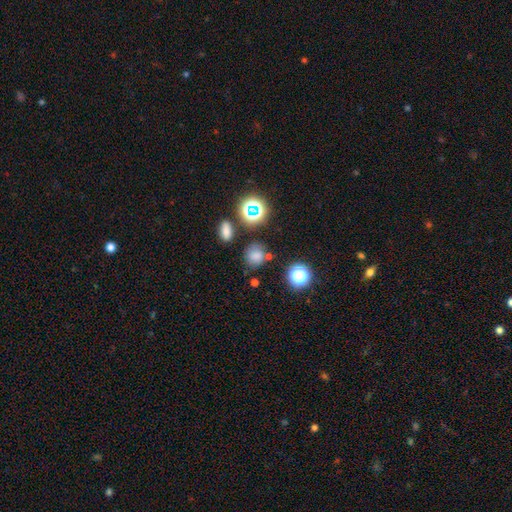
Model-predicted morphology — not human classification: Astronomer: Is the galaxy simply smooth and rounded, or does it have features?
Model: smooth — 69%.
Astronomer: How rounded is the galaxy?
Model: round — 79%.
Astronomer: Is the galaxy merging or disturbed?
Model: none — 70%.